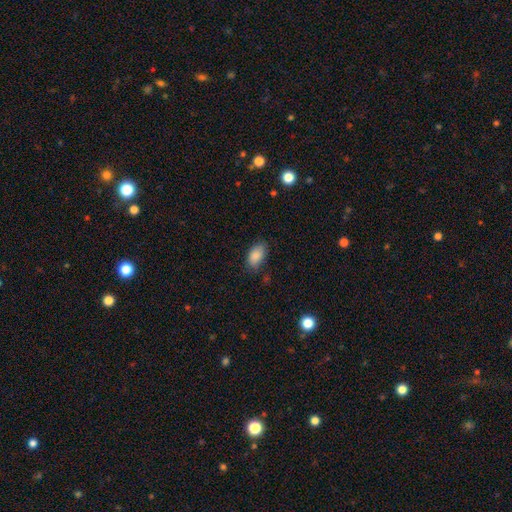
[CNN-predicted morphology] Smooth or featured?
  - smooth: 88% *
  - star or artifact: 7%
  - featured or disk: 5%
How rounded?
  - in between: 93% *
  - round: 4%
  - cigar-shaped: 3%
Merging?
  - none: 77% *
  - minor disturbance: 18%
  - major disturbance: 4%
  - merger: 1%